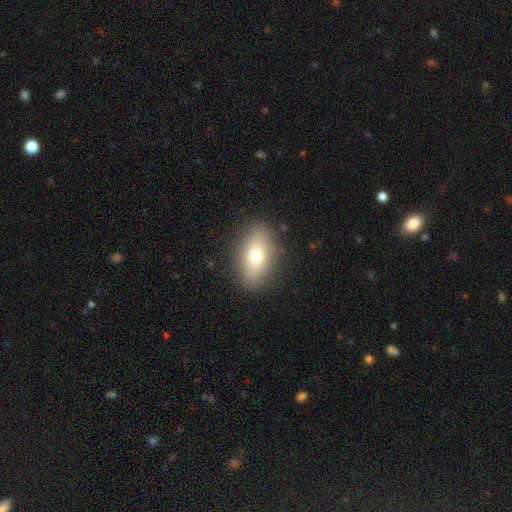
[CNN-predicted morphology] A smooth galaxy with no disk features (72%) that is in between round and cigar-shaped (85%). Merging: none (86%).